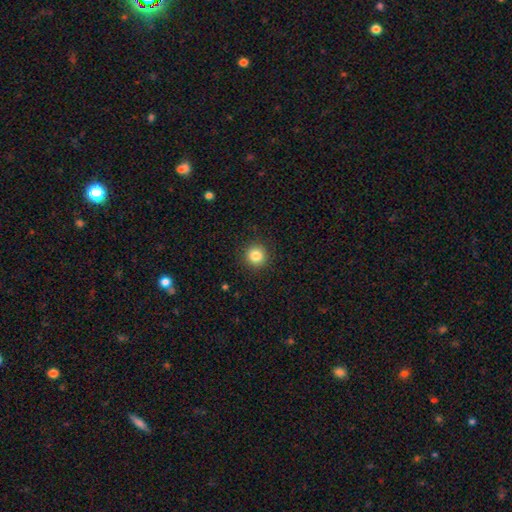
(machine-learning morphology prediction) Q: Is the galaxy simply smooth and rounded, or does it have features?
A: smooth — 84%.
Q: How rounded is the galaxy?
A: round — 95%.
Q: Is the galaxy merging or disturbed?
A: none — 92%.